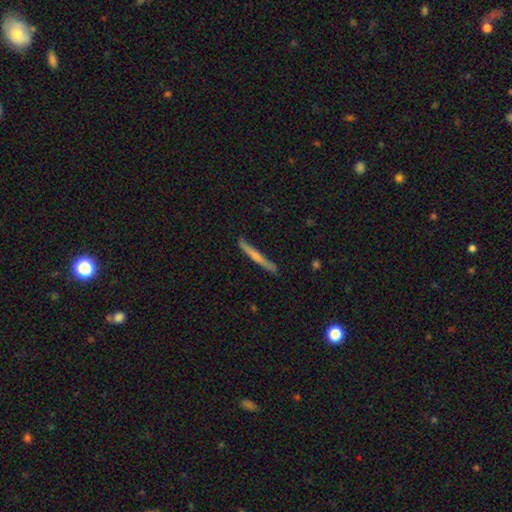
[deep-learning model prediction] This appears to be a smooth galaxy with no disk features (48%). Merging: none (87%).